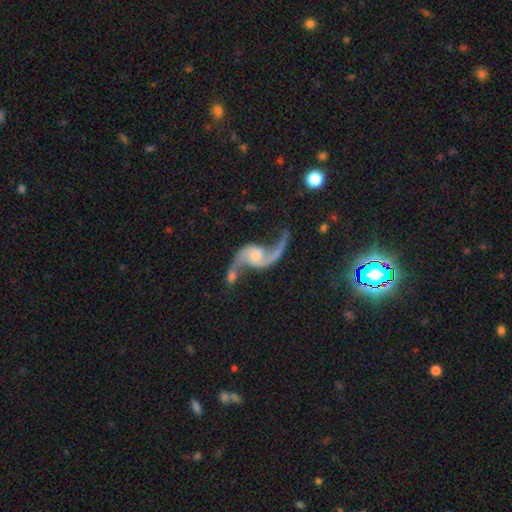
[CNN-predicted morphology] The model was most divided on "bulge size": small: 54%, moderate: 32%, none: 8%, large: 4%, dominant: 2%. More confident: edge-on disk — no (97%); spiral arms — yes (97%); spiral arm count — 2 (93%); smooth or featured — featured or disk (90%); spiral winding — loose (85%); bar — no (63%); merging — none (55%).